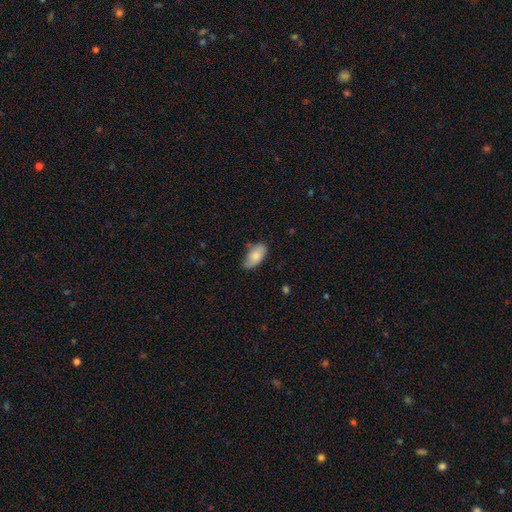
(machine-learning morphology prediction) Overall: smooth (80%). How rounded: in between (93%). Merging: none (66%; minor disturbance 27%).